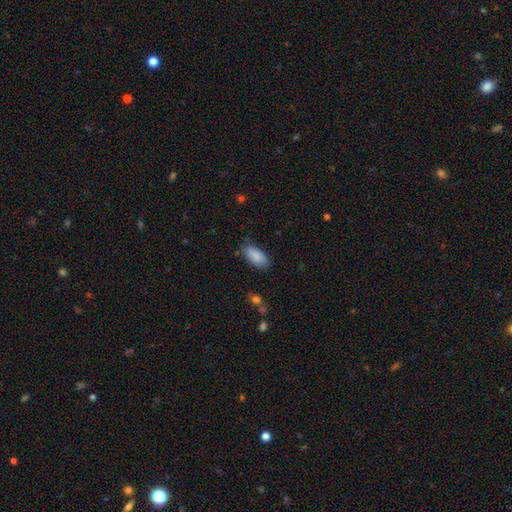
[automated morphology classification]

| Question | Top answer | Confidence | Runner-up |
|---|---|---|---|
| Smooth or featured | smooth | 88% | star or artifact (6%) |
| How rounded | in between | 91% | cigar-shaped (7%) |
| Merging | none | 76% | minor disturbance (18%) |